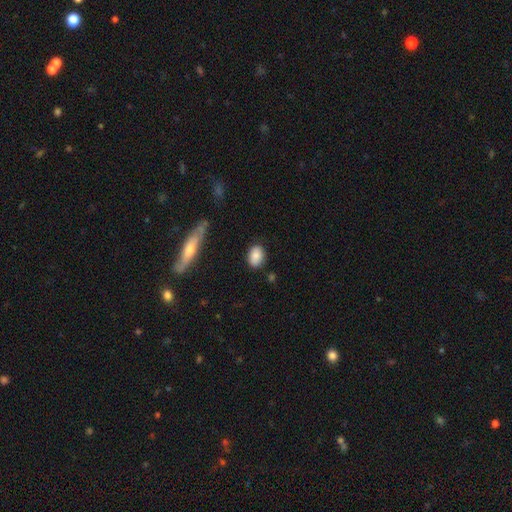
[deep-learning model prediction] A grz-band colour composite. It shows a smooth galaxy with no disk features (84%) that is in between round and cigar-shaped (75%). Merging: none (82%).